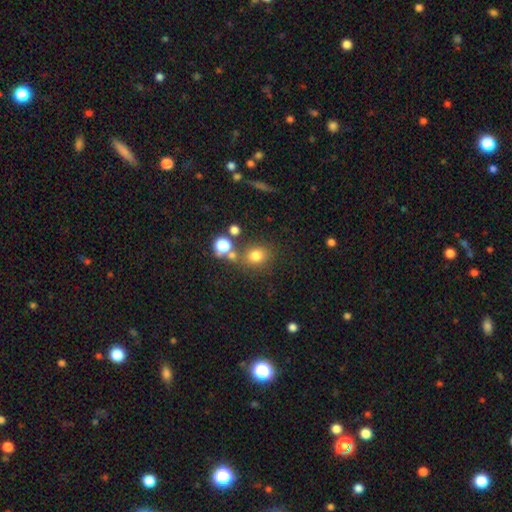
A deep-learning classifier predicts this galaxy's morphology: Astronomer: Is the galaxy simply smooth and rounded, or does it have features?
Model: smooth — 75%.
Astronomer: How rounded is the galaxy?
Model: round — 74%.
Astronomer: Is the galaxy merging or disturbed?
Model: none — 70%.